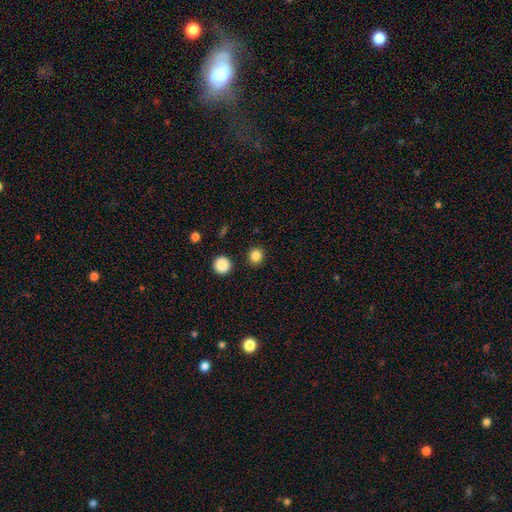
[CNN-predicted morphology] A smooth galaxy with no disk features (84%) that is round (90%).

Vote fractions:
- Smooth or featured? smooth: 84% / star or artifact: 12% / featured or disk: 4%
- How rounded? round: 90% / in between: 9% / cigar-shaped: 1%
- Merging? none: 89% / minor disturbance: 5% / merger: 3% / major disturbance: 2%